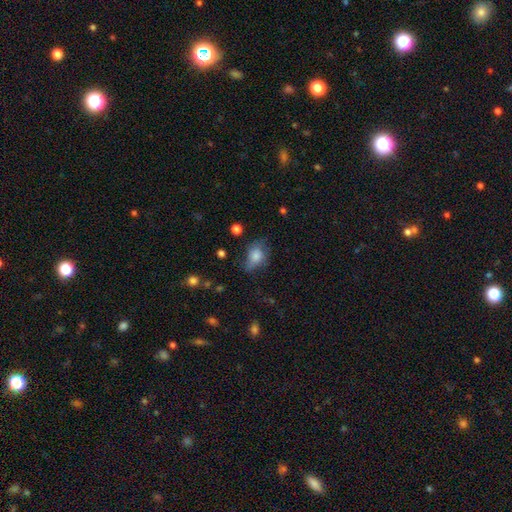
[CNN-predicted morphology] smooth_or_featured: smooth (p=0.68) [alt: featured or disk p=0.21]
how_rounded: in between (p=0.71) [alt: round p=0.27]
merging: none (p=0.45) [alt: minor disturbance p=0.33]